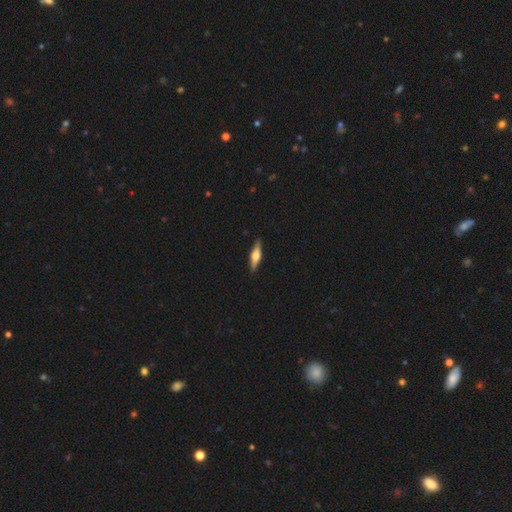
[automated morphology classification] A featured or disk galaxy (55%) viewed edge-on (96%) with a rounded central bulge (89%). Merging: none (90%).